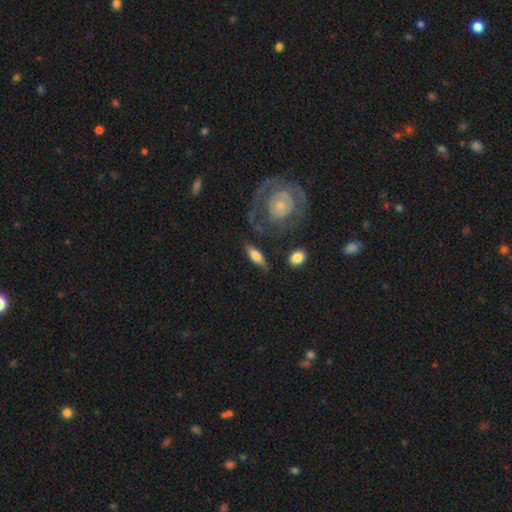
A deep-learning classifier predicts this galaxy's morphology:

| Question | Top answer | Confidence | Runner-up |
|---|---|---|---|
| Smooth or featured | smooth | 56% | featured or disk (38%) |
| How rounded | in between | 63% | cigar-shaped (32%) |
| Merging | none | 66% | minor disturbance (19%) |